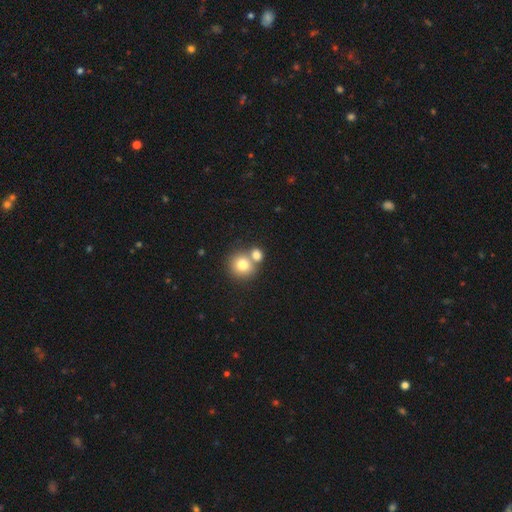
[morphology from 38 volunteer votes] smooth 74%, featured or disk 18%, star or artifact 8%. Down the decision tree: how rounded — round (89%); merging — merger (54%).